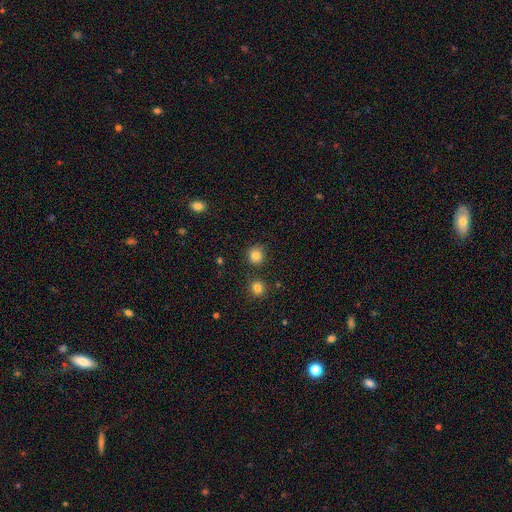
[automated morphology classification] This appears to be a smooth galaxy with no disk features (82%) that is round (93%). Merging: none (87%).